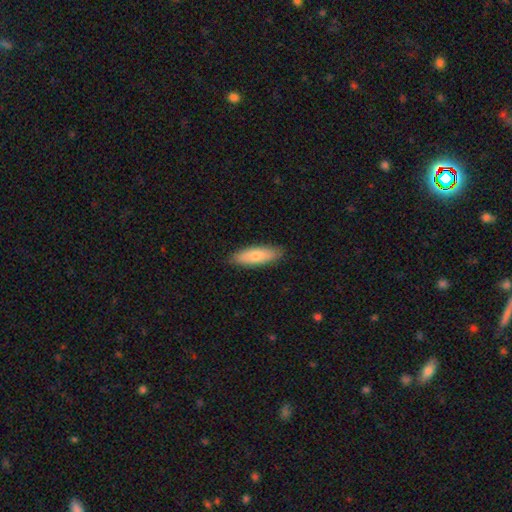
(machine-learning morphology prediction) This appears to be a smooth galaxy with no disk features (75%) that is in between round and cigar-shaped (54%). Merging: none (87%).